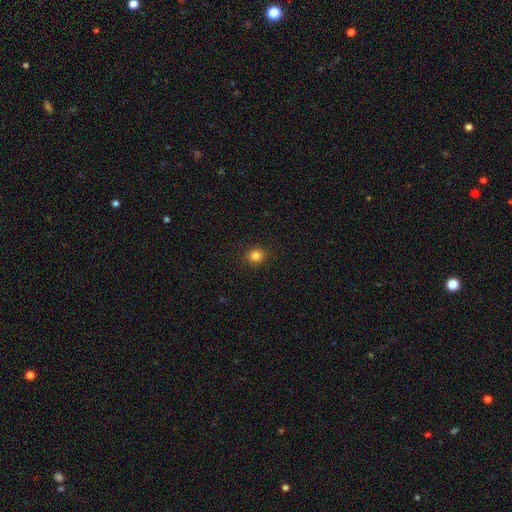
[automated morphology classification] Q: Smooth or featured?
A: smooth (83%); runner-up: star or artifact (12%)
Q: How rounded?
A: round (73%); runner-up: in between (26%)
Q: Merging?
A: none (91%); runner-up: minor disturbance (7%)